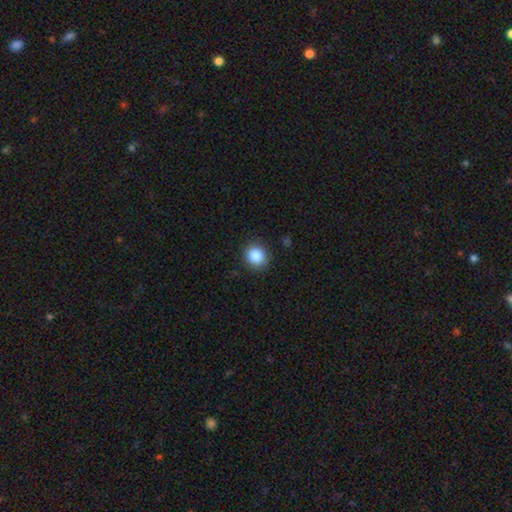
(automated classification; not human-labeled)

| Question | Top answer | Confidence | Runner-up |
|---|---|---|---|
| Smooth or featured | smooth | 87% | star or artifact (9%) |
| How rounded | round | 78% | in between (21%) |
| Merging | none | 88% | minor disturbance (9%) |